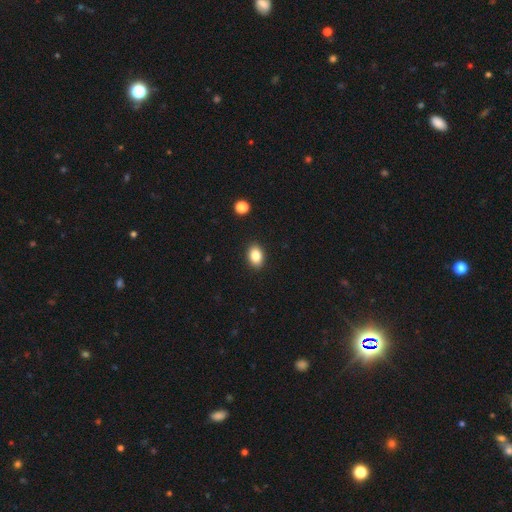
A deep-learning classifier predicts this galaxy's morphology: smooth-or-featured: smooth: 84% | star or artifact: 9% | featured or disk: 7%
  how-rounded: in between: 81% | round: 17% | cigar-shaped: 1%
  merging: none: 90% | minor disturbance: 7% | major disturbance: 2% | merger: 1%